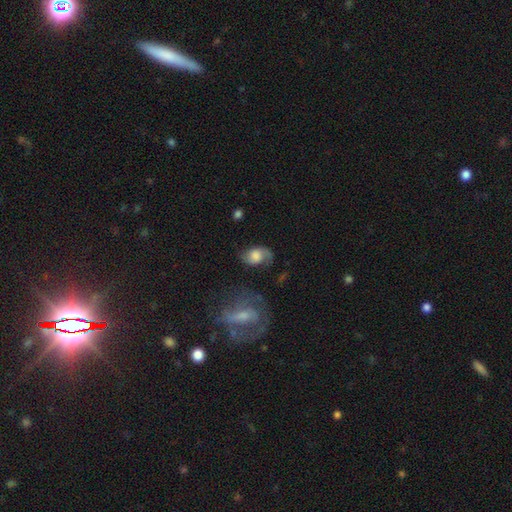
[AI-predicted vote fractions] Smooth or featured?
  - featured or disk: 48% *
  - smooth: 43%
  - star or artifact: 9%
Merging?
  - none: 53% *
  - minor disturbance: 27%
  - major disturbance: 16%
  - merger: 5%